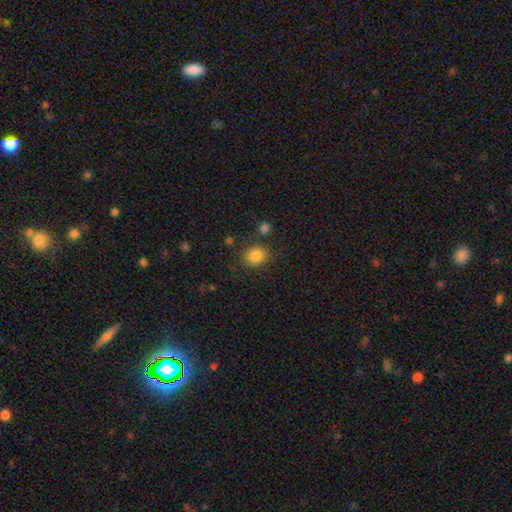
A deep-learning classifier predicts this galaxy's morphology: This appears to be a smooth galaxy with no disk features (84%) that is round (65%). Merging: none (78%).